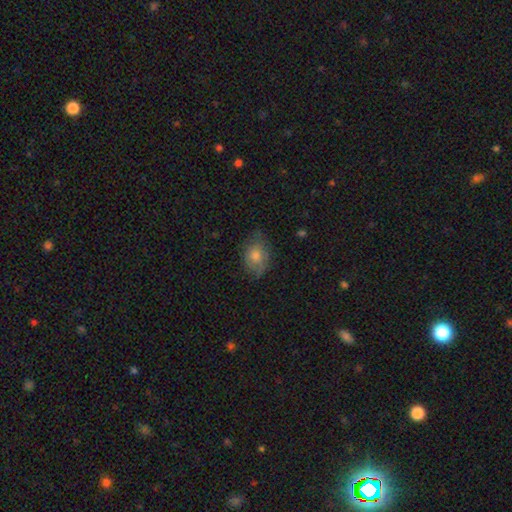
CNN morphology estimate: Smooth or featured? Predicted: smooth (p=0.70). How rounded? Predicted: in between (p=0.70). Merging? Predicted: none (p=0.69).